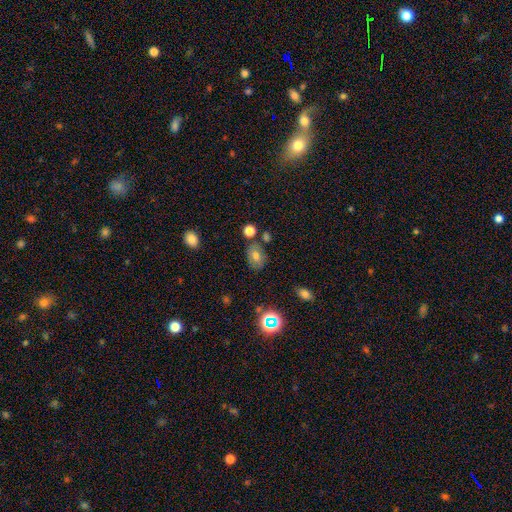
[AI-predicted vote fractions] Morphology: type=smooth (68%); roundness=in between (75%); merging=none (72%).